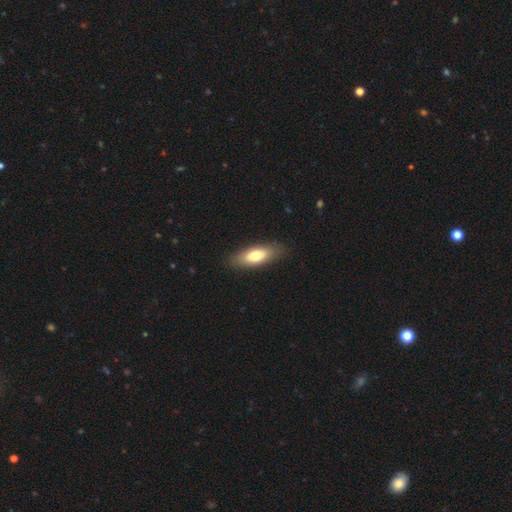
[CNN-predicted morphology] Smooth or featured? smooth (70%)
How rounded? in between (71%)
Merging? none (86%)